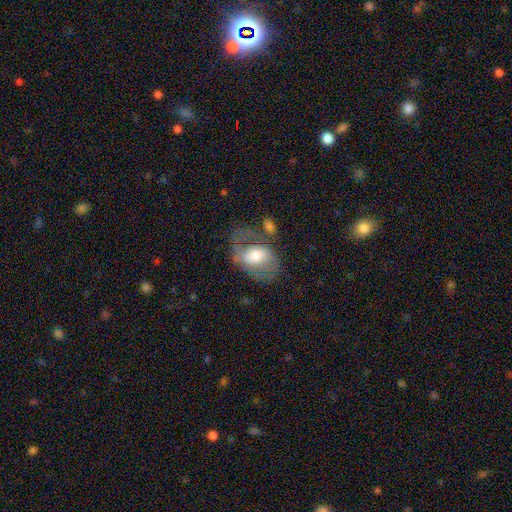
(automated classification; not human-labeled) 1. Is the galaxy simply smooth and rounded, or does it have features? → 54% featured or disk, 40% smooth, 7% star or artifact.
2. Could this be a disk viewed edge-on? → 94% no, 6% yes.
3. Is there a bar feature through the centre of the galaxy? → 46% no, 36% weak, 18% strong.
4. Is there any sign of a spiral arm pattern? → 59% yes, 41% no.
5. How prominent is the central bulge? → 62% moderate, 17% large, 17% small, 2% dominant, 1% none.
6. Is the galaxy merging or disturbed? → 38% none, 28% major disturbance, 23% minor disturbance, 11% merger.